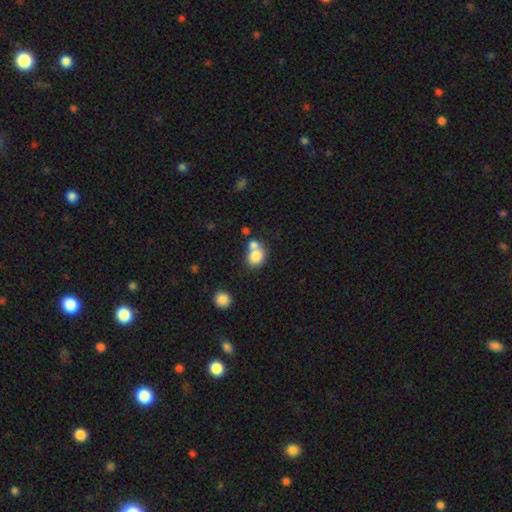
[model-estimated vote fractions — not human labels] This appears to be a smooth galaxy with no disk features (79%) that is round (65%). Merging: merger (46%).